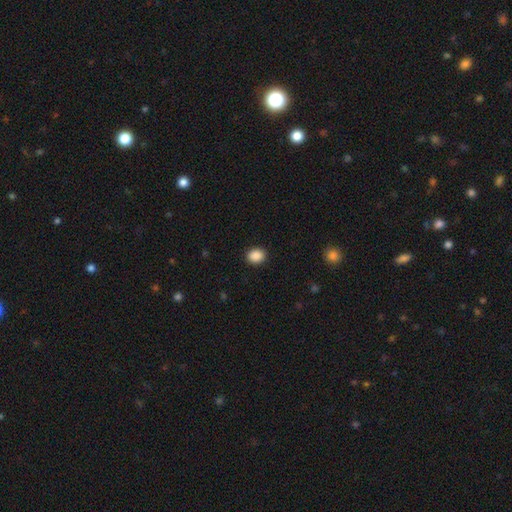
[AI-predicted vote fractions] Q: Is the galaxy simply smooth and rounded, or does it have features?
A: smooth — 89%.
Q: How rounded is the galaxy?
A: round — 57%.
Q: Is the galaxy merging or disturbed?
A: none — 91%.